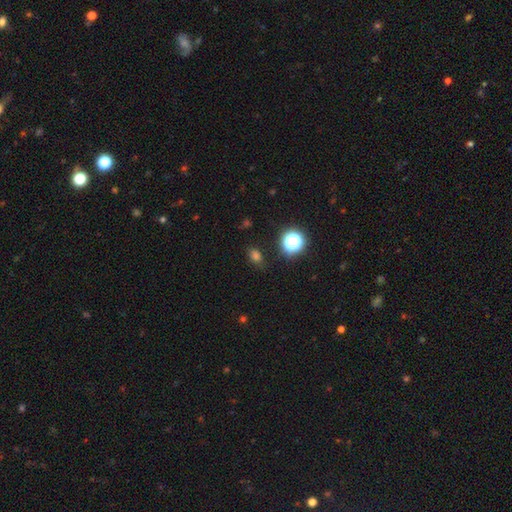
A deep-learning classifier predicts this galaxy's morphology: A smooth galaxy with no disk features (67%) that is in between round and cigar-shaped (63%).

Vote fractions:
- Smooth or featured? smooth: 67% / star or artifact: 28% / featured or disk: 5%
- How rounded? in between: 63% / round: 35% / cigar-shaped: 2%
- Merging? none: 81% / minor disturbance: 13% / major disturbance: 4% / merger: 2%